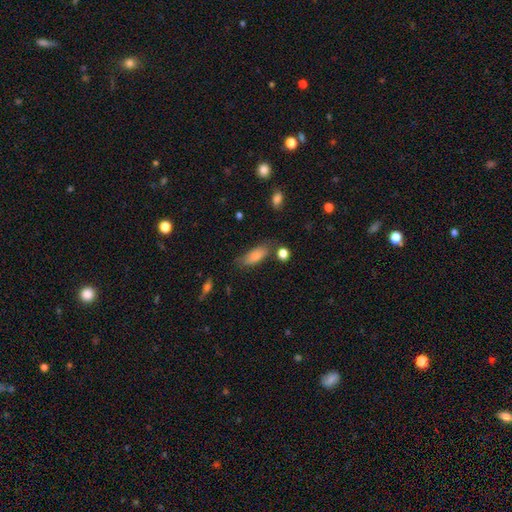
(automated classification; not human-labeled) This appears to be a smooth galaxy with no disk features (80%) that is in between round and cigar-shaped (73%). Merging: none (65%).